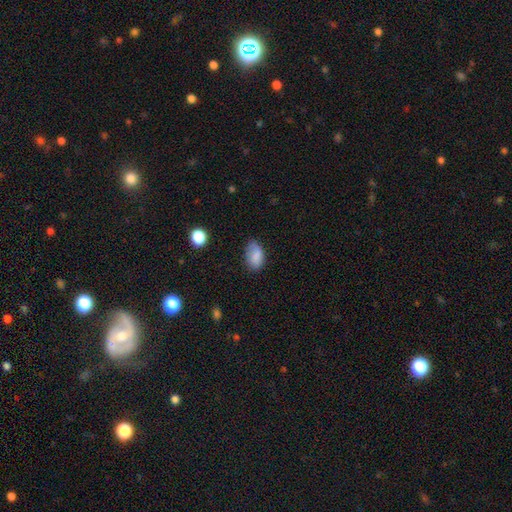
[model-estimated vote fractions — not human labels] Smooth or featured?
  - smooth: 84% *
  - star or artifact: 9%
  - featured or disk: 7%
How rounded?
  - in between: 90% *
  - round: 8%
  - cigar-shaped: 2%
Merging?
  - none: 64% *
  - minor disturbance: 28%
  - major disturbance: 6%
  - merger: 2%